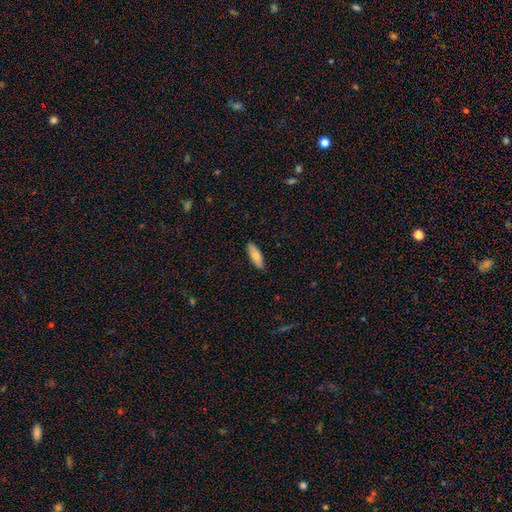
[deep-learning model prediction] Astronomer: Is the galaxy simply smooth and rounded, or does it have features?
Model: smooth — 80%.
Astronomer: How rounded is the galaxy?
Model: in between — 59% (runner-up: cigar-shaped, 39%).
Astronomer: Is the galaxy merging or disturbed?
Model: none — 89%.